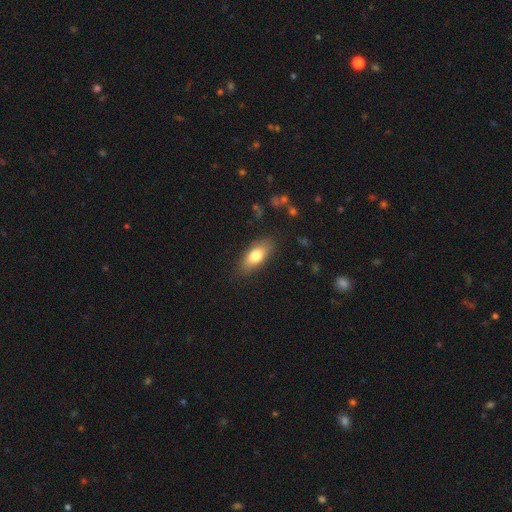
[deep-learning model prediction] Morphology: type=smooth (75%); roundness=in between (82%); merging=none (84%).